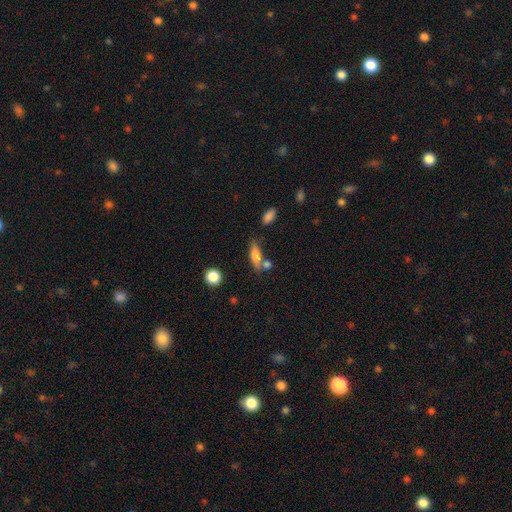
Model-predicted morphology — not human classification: Overall: smooth (74%). How rounded: in between (56%; cigar-shaped 40%). Merging: none (54%; merger 24%).